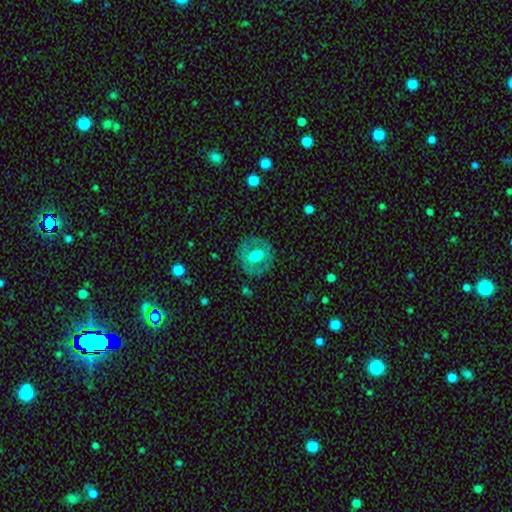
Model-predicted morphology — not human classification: Q: Smooth or featured?
A: featured or disk (49%); runner-up: smooth (44%)
Q: Merging?
A: none (80%); runner-up: minor disturbance (13%)